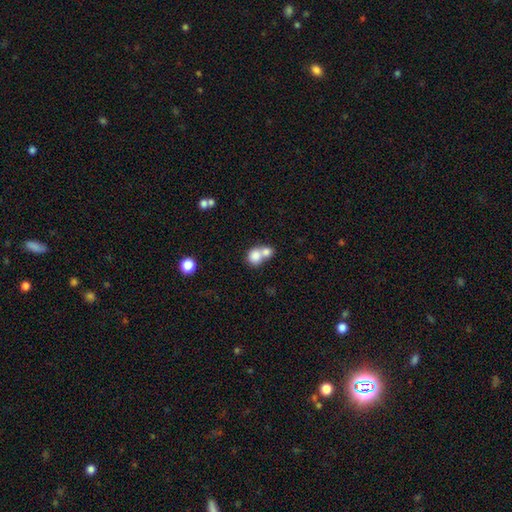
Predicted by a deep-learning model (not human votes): Overall: smooth (78%). How rounded: round (72%). Merging: merger (67%).